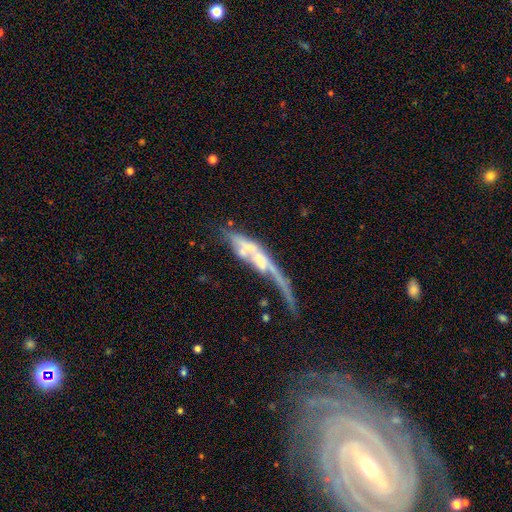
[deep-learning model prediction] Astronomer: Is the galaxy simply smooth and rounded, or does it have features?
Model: featured or disk — 67%.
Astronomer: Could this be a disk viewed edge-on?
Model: yes — 57% (runner-up: no, 43%).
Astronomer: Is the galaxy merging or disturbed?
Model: merger — 35% (runner-up: major disturbance, 34%).